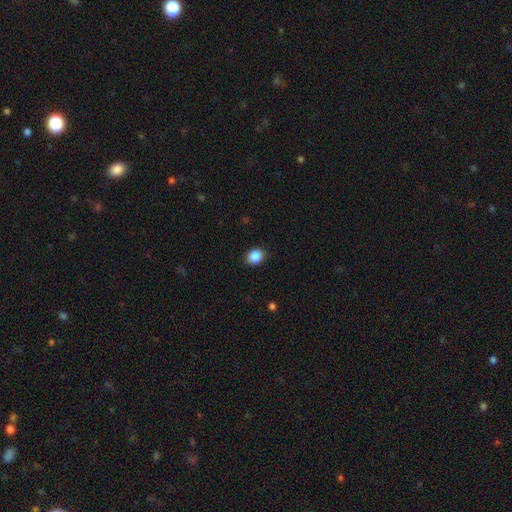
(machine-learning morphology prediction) smooth-or-featured: smooth: 87% | star or artifact: 9% | featured or disk: 3%
  how-rounded: round: 55% | in between: 44% | cigar-shaped: 1%
  merging: none: 87% | minor disturbance: 9% | major disturbance: 2% | merger: 1%